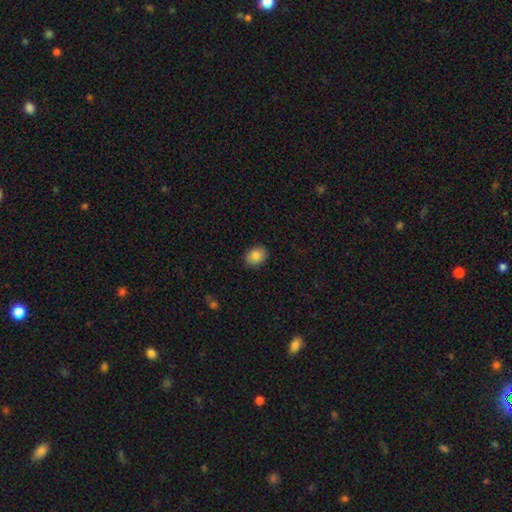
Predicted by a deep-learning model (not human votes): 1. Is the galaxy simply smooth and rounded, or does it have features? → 85% smooth, 8% star or artifact, 7% featured or disk.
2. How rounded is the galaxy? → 58% in between, 41% round, 1% cigar-shaped.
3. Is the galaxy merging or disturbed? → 89% none, 8% minor disturbance, 2% major disturbance, 1% merger.